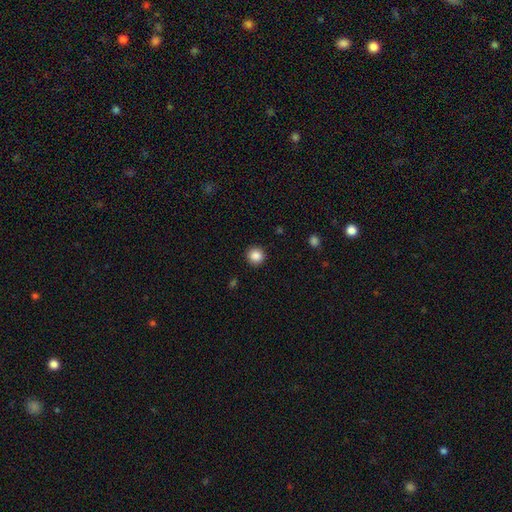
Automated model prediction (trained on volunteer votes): A smooth galaxy with no disk features (87%) that is round (94%).

Vote fractions:
- Smooth or featured? smooth: 87% / star or artifact: 10% / featured or disk: 3%
- How rounded? round: 94% / in between: 5% / cigar-shaped: 1%
- Merging? none: 92% / minor disturbance: 6% / major disturbance: 2% / merger: 1%